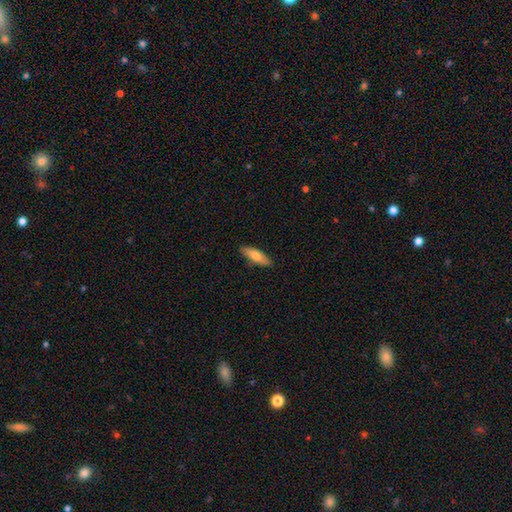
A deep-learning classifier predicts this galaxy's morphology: smooth-or-featured: smooth: 75% | featured or disk: 20% | star or artifact: 6%
  how-rounded: in between: 50% | cigar-shaped: 48% | round: 2%
  merging: none: 87% | minor disturbance: 10% | major disturbance: 2% | merger: 1%